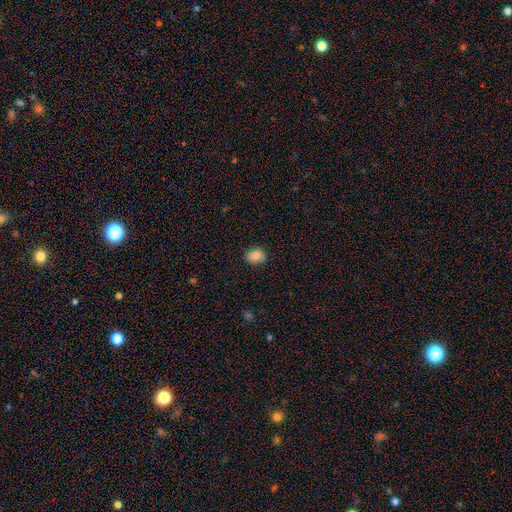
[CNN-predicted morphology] type=smooth (87%); roundness=in between (60%); merging=none (86%).